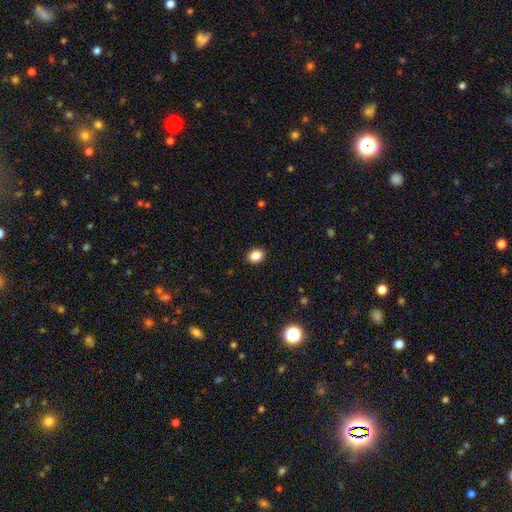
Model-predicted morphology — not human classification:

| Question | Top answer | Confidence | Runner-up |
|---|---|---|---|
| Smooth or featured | smooth | 87% | star or artifact (10%) |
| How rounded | in between | 64% | round (35%) |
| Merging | none | 91% | minor disturbance (7%) |